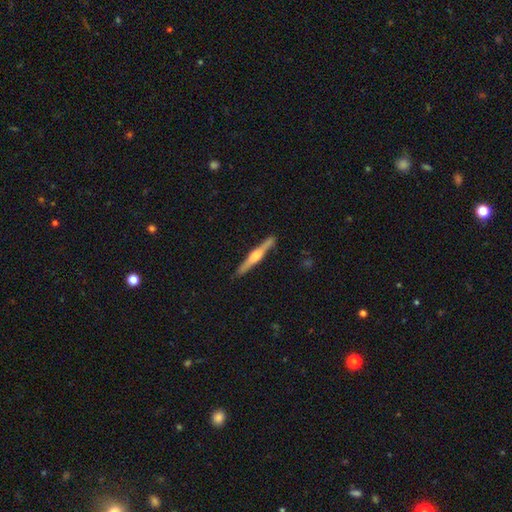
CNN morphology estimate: Overall: featured or disk (75%). Edge-on disk: yes (98%). Edge-on bulge: rounded (90%). Merging: none (91%).